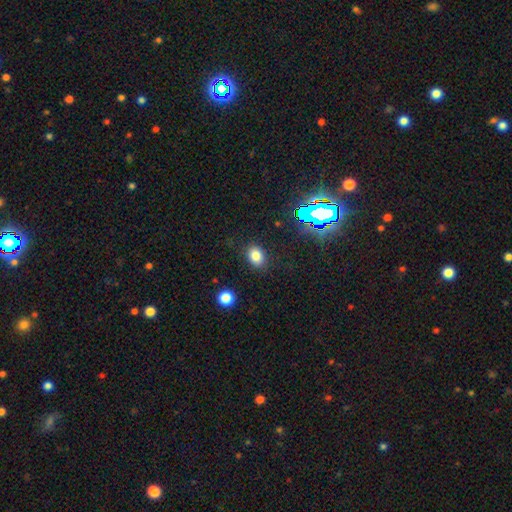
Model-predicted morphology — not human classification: Overall: smooth (78%). How rounded: in between (69%; round 30%). Merging: none (86%).